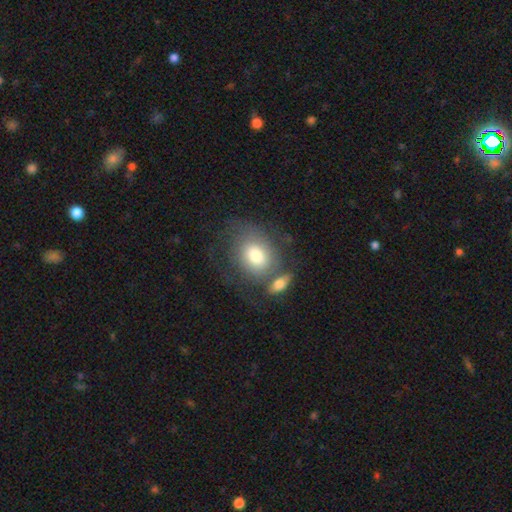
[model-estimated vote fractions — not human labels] A smooth galaxy with no disk features (64%) that is in between round and cigar-shaped (54%). Merging: none (43%).